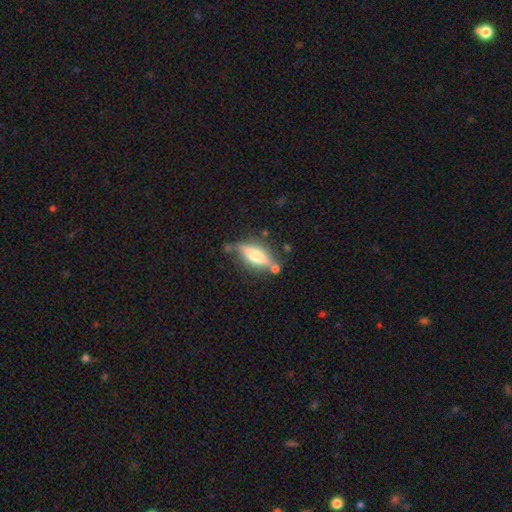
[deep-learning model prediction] Smooth or featured?
  - smooth: 52% *
  - featured or disk: 41%
  - star or artifact: 7%
How rounded?
  - in between: 55% *
  - cigar-shaped: 42%
  - round: 3%
Merging?
  - none: 63% *
  - minor disturbance: 20%
  - merger: 10%
  - major disturbance: 7%